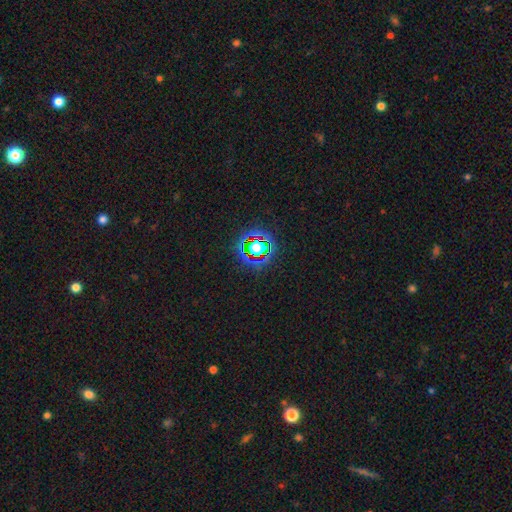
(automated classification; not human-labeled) Smooth or featured? star or artifact (69%)